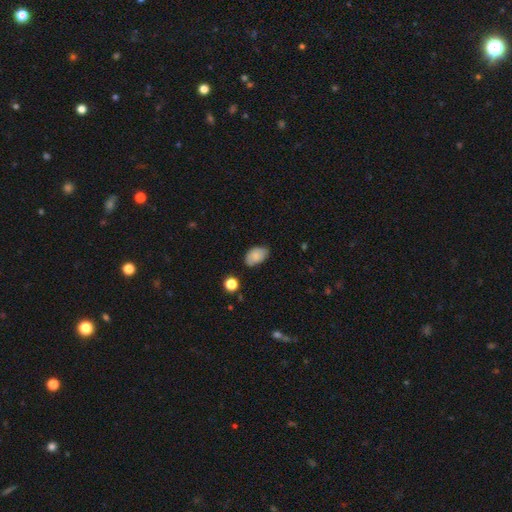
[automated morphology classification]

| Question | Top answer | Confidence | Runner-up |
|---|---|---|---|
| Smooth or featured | smooth | 82% | featured or disk (10%) |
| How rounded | in between | 91% | round (8%) |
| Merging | none | 70% | minor disturbance (24%) |